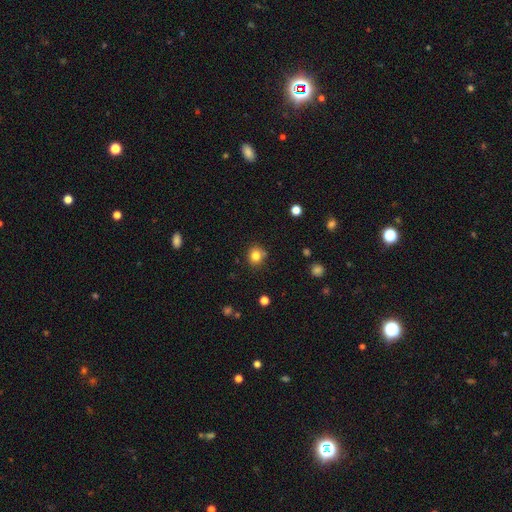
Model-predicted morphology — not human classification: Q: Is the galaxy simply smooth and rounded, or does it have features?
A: smooth — 81%.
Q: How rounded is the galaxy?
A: round — 85%.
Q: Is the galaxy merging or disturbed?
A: none — 81%.